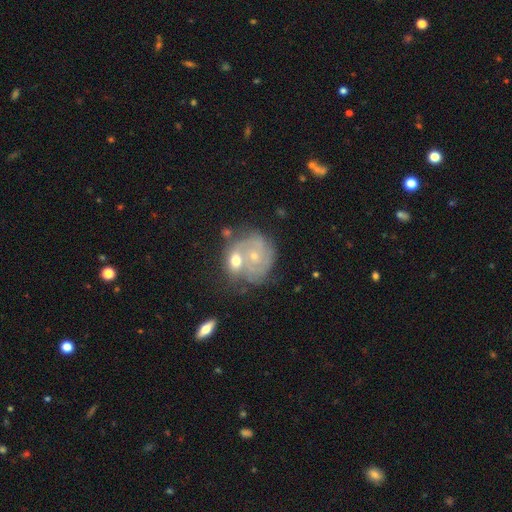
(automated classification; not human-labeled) smooth_or_featured: featured or disk (p=0.69) [alt: smooth p=0.23]
disk_edge_on: no (p=0.97) [alt: yes p=0.03]
bar: no (p=0.78) [alt: weak p=0.19]
has_spiral_arms: yes (p=0.76) [alt: no p=0.24]
spiral_winding: tight (p=0.61) [alt: medium p=0.29]
spiral_arm_count: can't tell (p=0.44) [alt: 2 p=0.24]
bulge_size: small (p=0.57) [alt: moderate p=0.38]
merging: merger (p=0.41) [alt: none p=0.37]